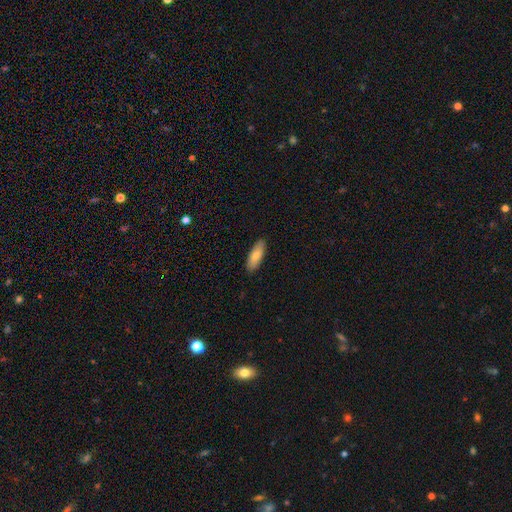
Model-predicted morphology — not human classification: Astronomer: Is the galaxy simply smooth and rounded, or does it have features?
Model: smooth — 82%.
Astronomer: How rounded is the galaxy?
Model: in between — 65%.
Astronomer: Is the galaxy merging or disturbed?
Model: none — 89%.